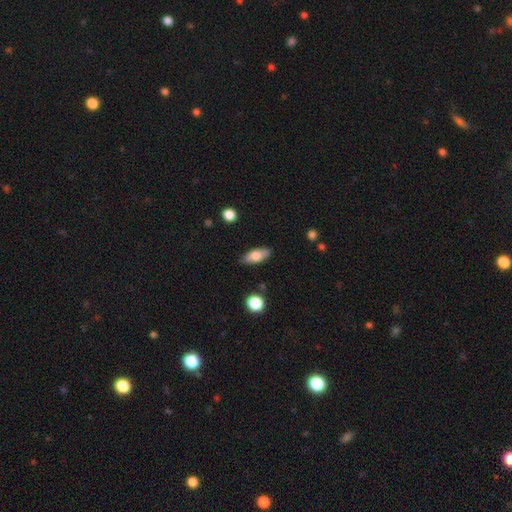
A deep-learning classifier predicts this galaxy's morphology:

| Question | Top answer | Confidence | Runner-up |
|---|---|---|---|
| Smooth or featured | smooth | 72% | featured or disk (21%) |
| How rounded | in between | 81% | cigar-shaped (16%) |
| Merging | none | 84% | minor disturbance (12%) |